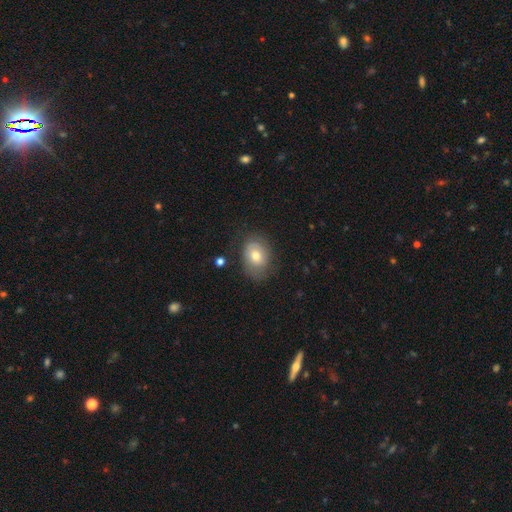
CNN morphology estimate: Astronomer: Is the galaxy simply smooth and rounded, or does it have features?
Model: smooth — 63%.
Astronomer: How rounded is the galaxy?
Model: in between — 65%.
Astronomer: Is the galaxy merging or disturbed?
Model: none — 67%.